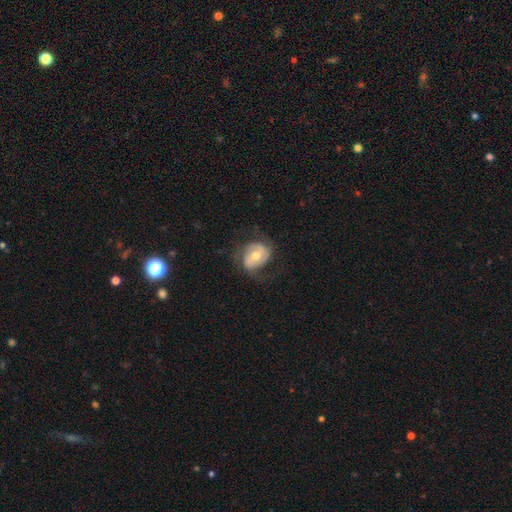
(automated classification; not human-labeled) smooth_or_featured: featured or disk (p=0.64) [alt: smooth p=0.29]
disk_edge_on: no (p=0.96) [alt: yes p=0.04]
bar: no (p=0.51) [alt: weak p=0.33]
has_spiral_arms: yes (p=0.80) [alt: no p=0.20]
bulge_size: moderate (p=0.71) [alt: small p=0.21]
merging: none (p=0.62) [alt: minor disturbance p=0.21]